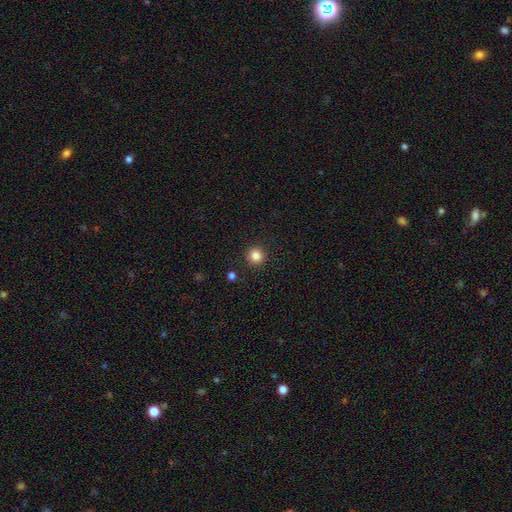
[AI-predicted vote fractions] Smooth or featured? Predicted: smooth (p=0.84). How rounded? Predicted: round (p=0.94). Merging? Predicted: none (p=0.91).